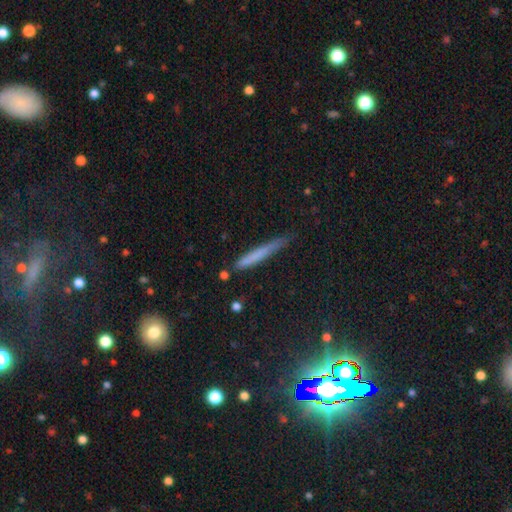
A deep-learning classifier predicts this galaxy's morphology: type=smooth (66%); roundness=cigar-shaped (95%); merging=none (72%).